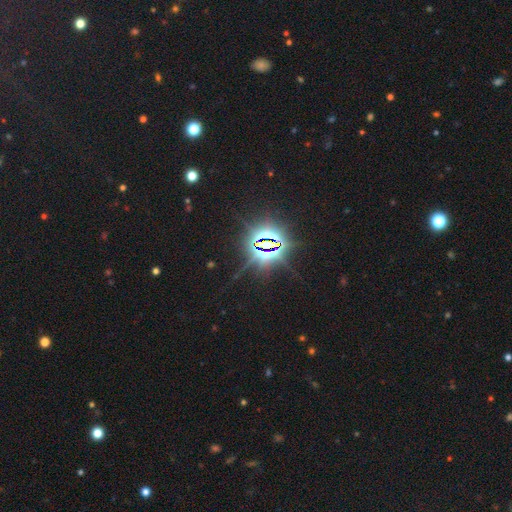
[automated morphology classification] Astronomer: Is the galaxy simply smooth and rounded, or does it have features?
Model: star or artifact — 84%.